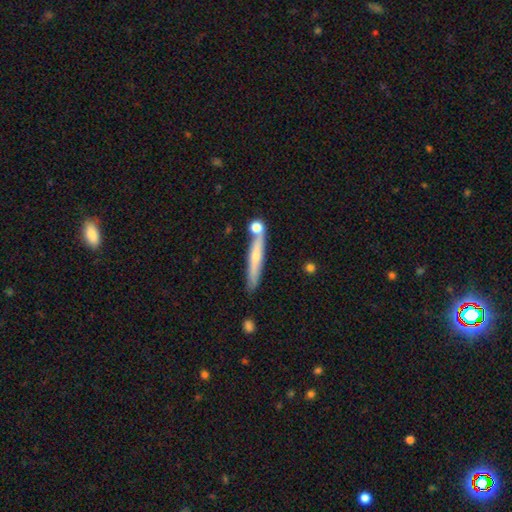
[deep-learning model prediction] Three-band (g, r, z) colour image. It shows a featured or disk galaxy (53%) viewed edge-on (93%). Merging: none (79%).